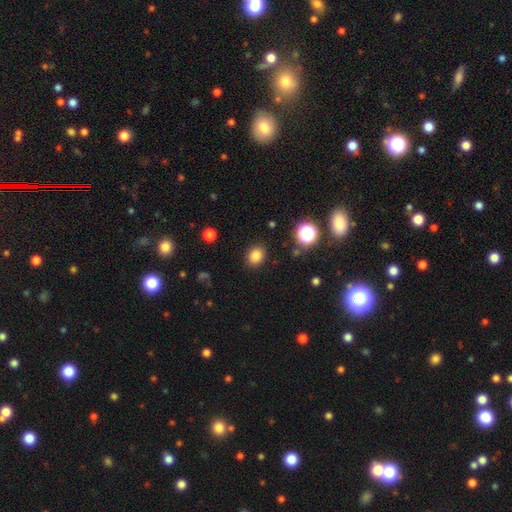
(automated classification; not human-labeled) Smooth or featured?
  - smooth: 82% *
  - star or artifact: 13%
  - featured or disk: 5%
How rounded?
  - round: 60% *
  - in between: 39%
  - cigar-shaped: 1%
Merging?
  - none: 89% *
  - minor disturbance: 7%
  - major disturbance: 3%
  - merger: 1%